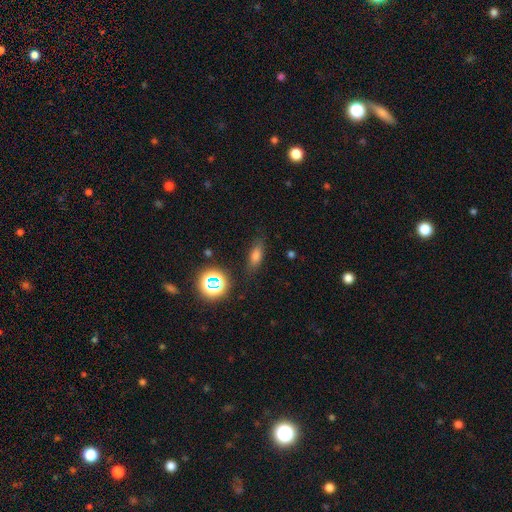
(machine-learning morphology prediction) Smooth or featured? Predicted: smooth (p=0.68). How rounded? Predicted: in between (p=0.63). Merging? Predicted: none (p=0.81).